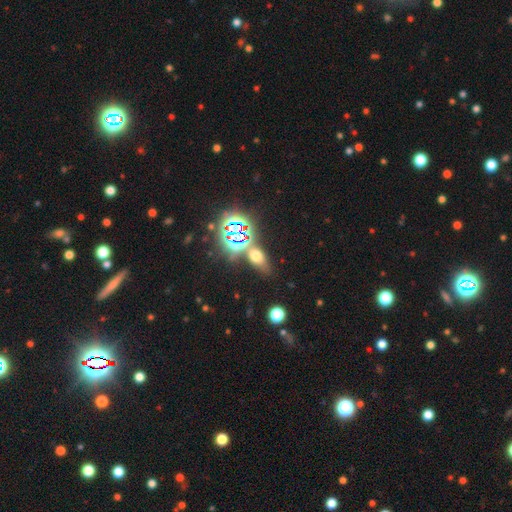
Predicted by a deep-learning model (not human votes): Overall: smooth (49%; star or artifact 38%). Merging: none (68%).